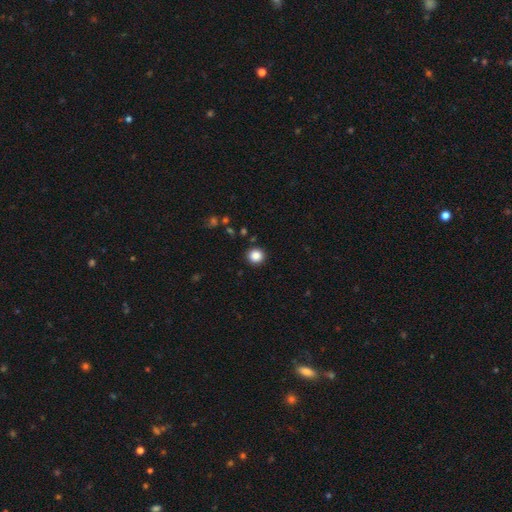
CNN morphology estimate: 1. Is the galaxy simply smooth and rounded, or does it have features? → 86% smooth, 10% star or artifact, 3% featured or disk.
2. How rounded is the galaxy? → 91% round, 8% in between, 1% cigar-shaped.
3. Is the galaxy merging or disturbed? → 91% none, 6% minor disturbance, 2% major disturbance, 1% merger.